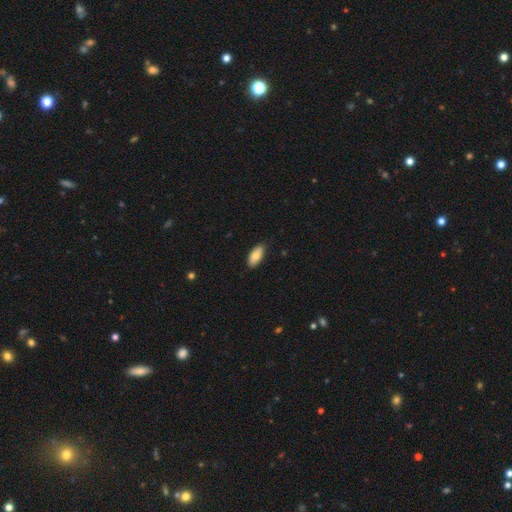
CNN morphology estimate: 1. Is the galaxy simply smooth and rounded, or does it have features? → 80% smooth, 14% featured or disk, 6% star or artifact.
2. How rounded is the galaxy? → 89% in between, 9% cigar-shaped, 2% round.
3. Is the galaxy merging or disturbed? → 86% none, 12% minor disturbance, 2% major disturbance, 1% merger.